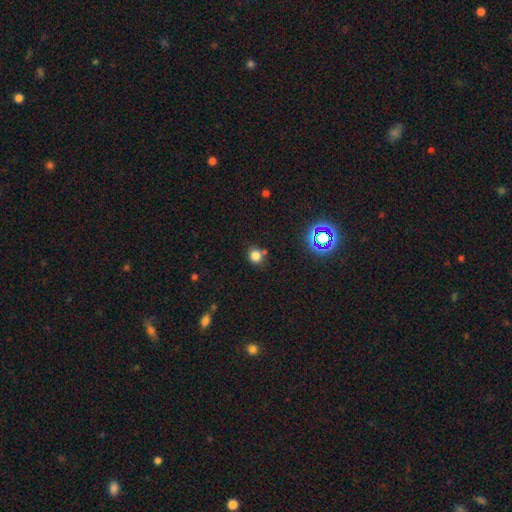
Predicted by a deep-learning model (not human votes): smooth_or_featured: smooth (p=0.77) [alt: star or artifact p=0.17]
how_rounded: round (p=0.77) [alt: in between p=0.22]
merging: none (p=0.71) [alt: minor disturbance p=0.13]